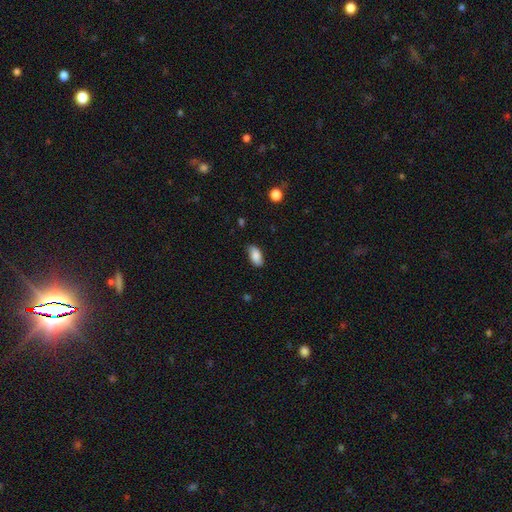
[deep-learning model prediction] A smooth galaxy with no disk features (86%) that is in between round and cigar-shaped (92%).

Vote fractions:
- Smooth or featured? smooth: 86% / featured or disk: 7% / star or artifact: 7%
- How rounded? in between: 92% / cigar-shaped: 5% / round: 3%
- Merging? none: 82% / minor disturbance: 15% / major disturbance: 3% / merger: 1%